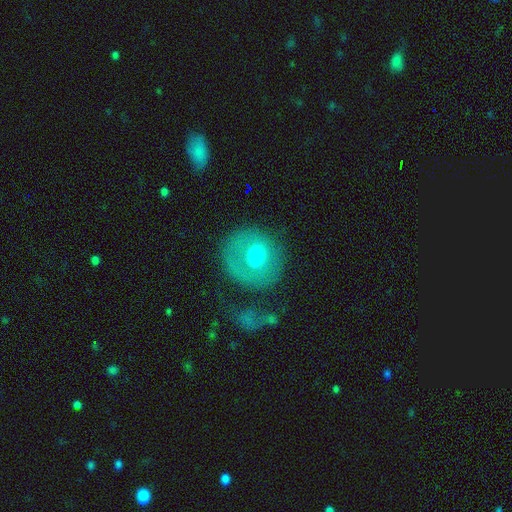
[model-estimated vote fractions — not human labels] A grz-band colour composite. It shows a smooth galaxy with no disk features (53%) that is round (78%). Merging: none (56%).